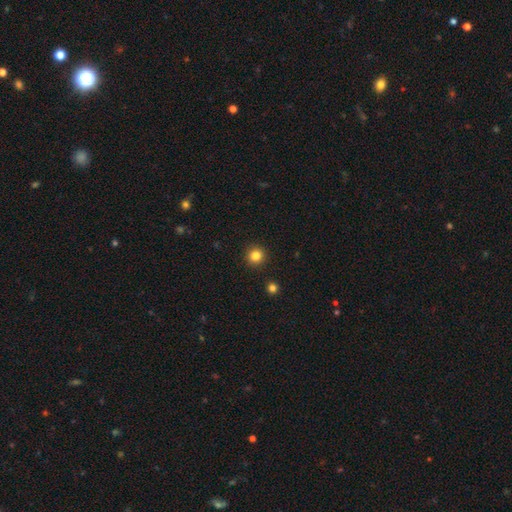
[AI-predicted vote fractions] smooth_or_featured: smooth (p=0.83) [alt: star or artifact p=0.12]
how_rounded: round (p=0.93) [alt: in between p=0.06]
merging: none (p=0.92) [alt: minor disturbance p=0.05]